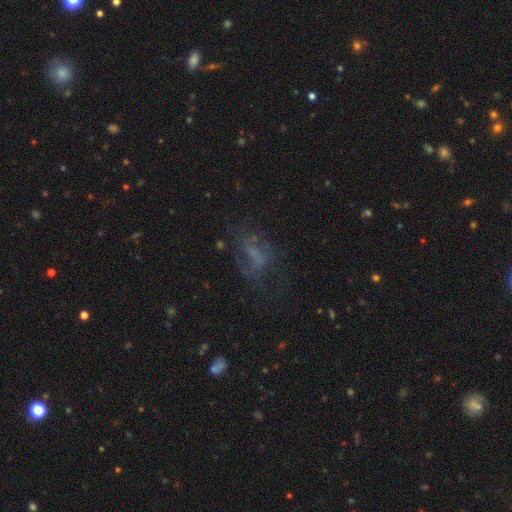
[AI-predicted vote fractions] Morphology: type=featured or disk (44%); merging=none (44%).